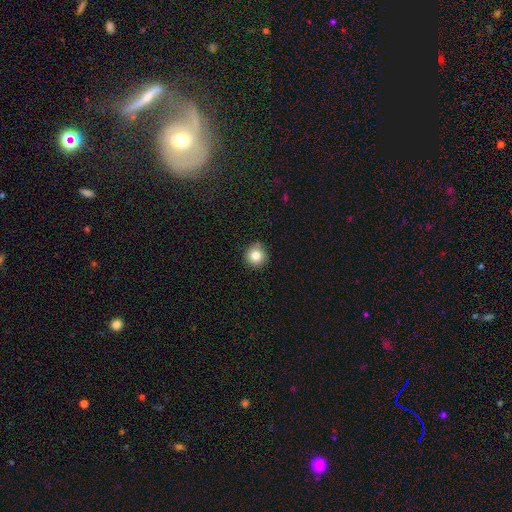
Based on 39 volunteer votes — Smooth or featured?
  - smooth: 87% *
  - star or artifact: 8%
  - featured or disk: 5%
How rounded?
  - round: 97% *
  - in between: 3%
  - cigar-shaped: 0%
Merging?
  - none: 100% *
  - minor disturbance: 0%
  - major disturbance: 0%
  - merger: 0%